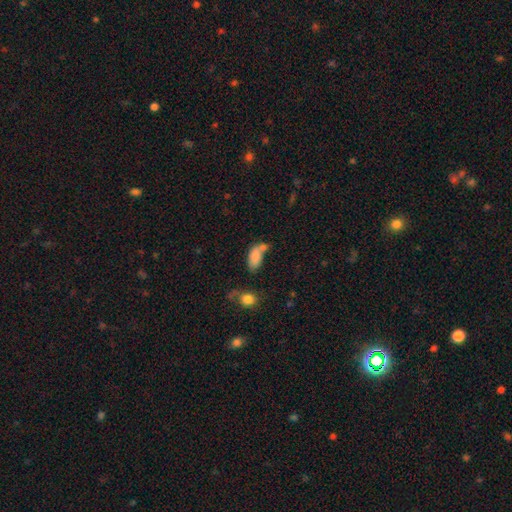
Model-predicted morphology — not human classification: Smooth or featured? Predicted: smooth (p=0.80). How rounded? Predicted: in between (p=0.90). Merging? Predicted: merger (p=0.35).